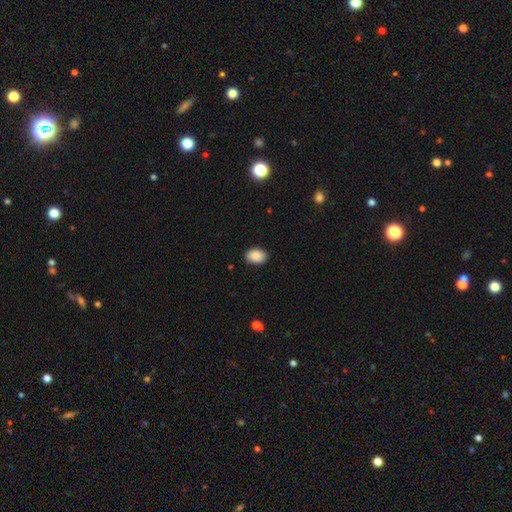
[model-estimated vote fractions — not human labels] Overall: smooth (89%). How rounded: in between (78%). Merging: none (84%).